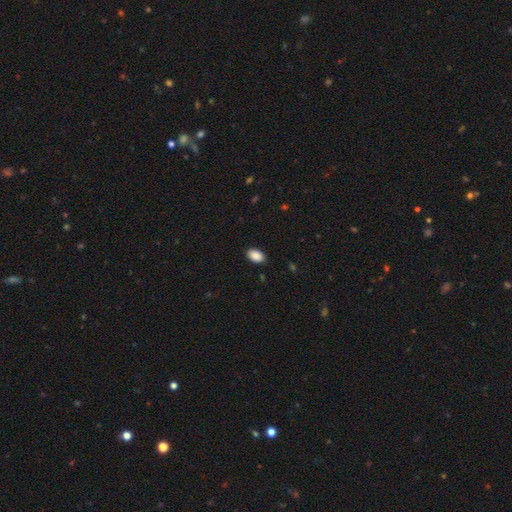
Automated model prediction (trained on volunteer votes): Smooth or featured? smooth (90%)
How rounded? in between (91%)
Merging? none (89%)